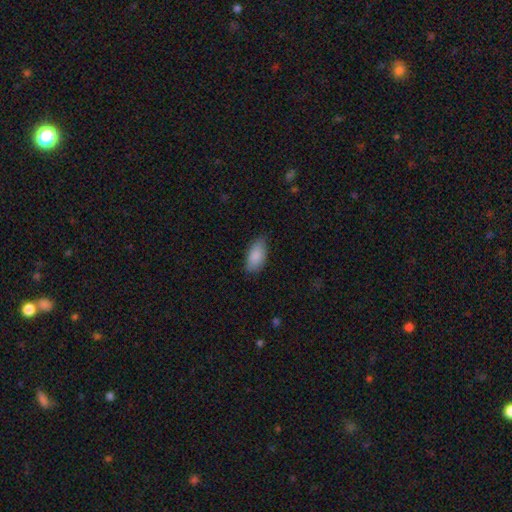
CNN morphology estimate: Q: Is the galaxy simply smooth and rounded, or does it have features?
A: smooth — 87%.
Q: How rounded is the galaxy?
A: in between — 91%.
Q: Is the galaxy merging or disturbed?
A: none — 75%.